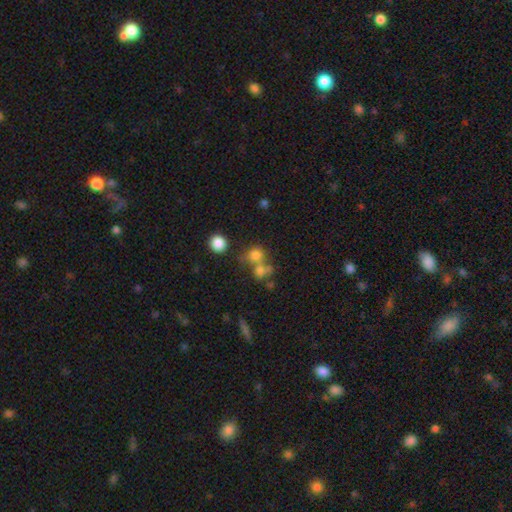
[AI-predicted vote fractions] Overall: smooth (71%). How rounded: round (78%). Merging: merger (43%; none 41%).